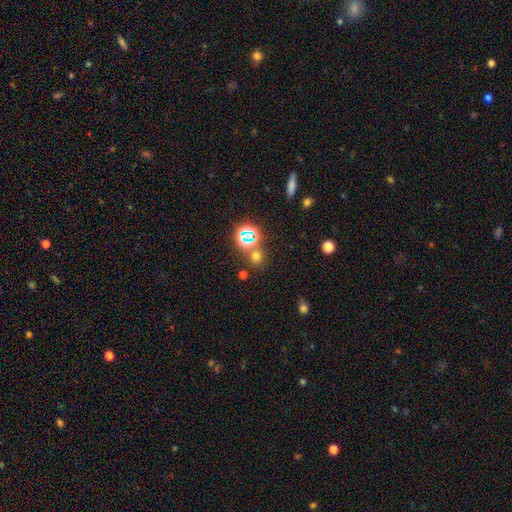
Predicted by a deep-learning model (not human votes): Smooth or featured? smooth (57%)
How rounded? round (84%)
Merging? none (74%)